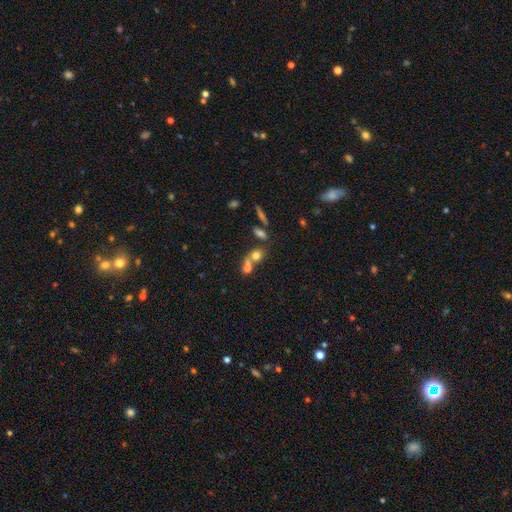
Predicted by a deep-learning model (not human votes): This appears to be a smooth galaxy with no disk features (60%) that is round (54%). Merging: merger (54%).